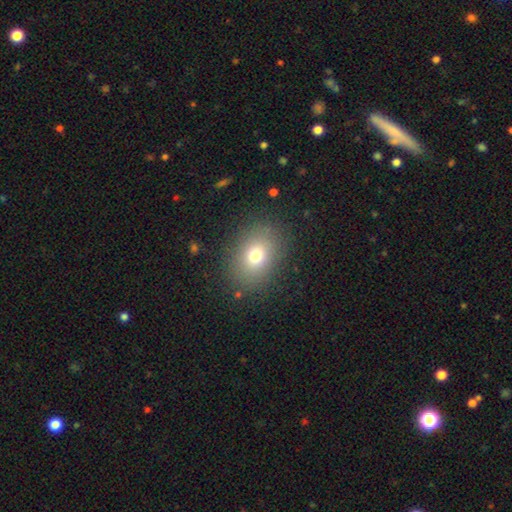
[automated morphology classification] Smooth or featured?
  - smooth: 73% *
  - star or artifact: 14%
  - featured or disk: 14%
How rounded?
  - in between: 64% *
  - round: 35%
  - cigar-shaped: 1%
Merging?
  - none: 85% *
  - minor disturbance: 9%
  - major disturbance: 4%
  - merger: 1%